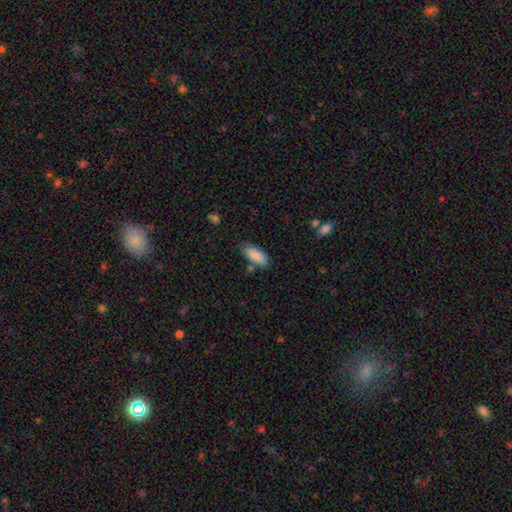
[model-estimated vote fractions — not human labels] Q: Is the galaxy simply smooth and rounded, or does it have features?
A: smooth — 88%.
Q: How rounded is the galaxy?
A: in between — 81%.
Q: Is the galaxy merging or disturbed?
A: none — 76%.